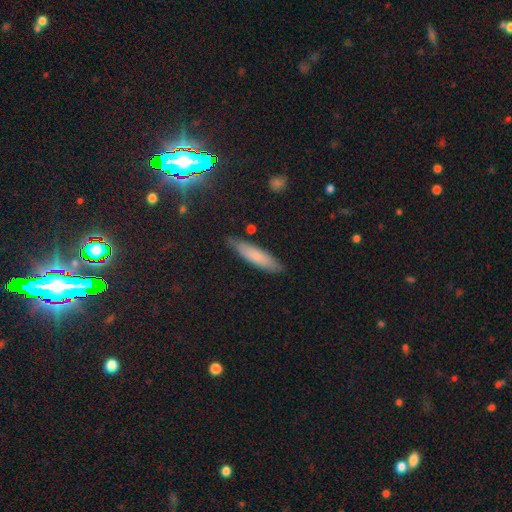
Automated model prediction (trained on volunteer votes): Q: Smooth or featured?
A: smooth (74%); runner-up: featured or disk (17%)
Q: How rounded?
A: cigar-shaped (74%); runner-up: in between (24%)
Q: Merging?
A: none (84%); runner-up: minor disturbance (12%)